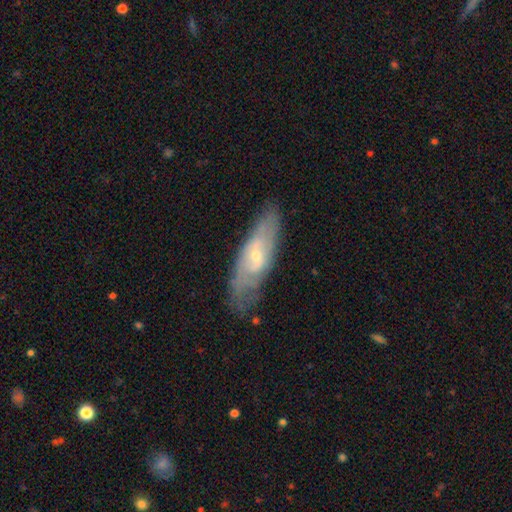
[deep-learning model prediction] The model was most divided on "smooth or featured": featured or disk: 66%, smooth: 27%, star or artifact: 7%. More confident: edge-on disk — no (75%); merging — none (69%).